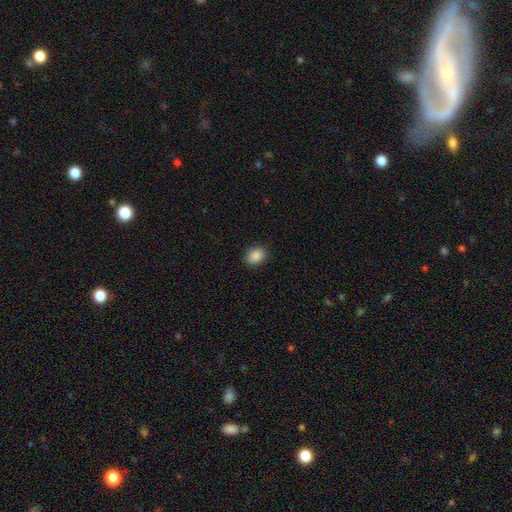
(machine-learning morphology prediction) Smooth or featured: smooth — 88% (star or artifact — 8%)
How rounded: in between — 60% (round — 39%)
Merging: none — 88% (minor disturbance — 9%)